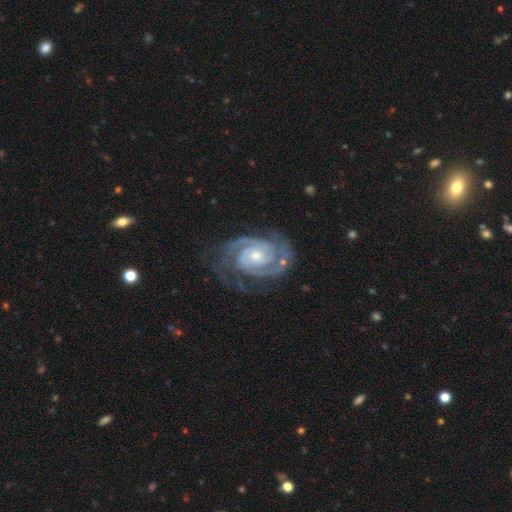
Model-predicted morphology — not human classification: smooth_or_featured: featured or disk (p=0.94) [alt: star or artifact p=0.04]
disk_edge_on: no (p=0.98) [alt: yes p=0.02]
bar: no (p=0.67) [alt: weak p=0.23]
has_spiral_arms: yes (p=0.99) [alt: no p=0.01]
spiral_winding: tight (p=0.72) [alt: medium p=0.26]
spiral_arm_count: 2 (p=0.78) [alt: 3 p=0.12]
bulge_size: small (p=0.59) [alt: moderate p=0.36]
merging: none (p=0.74) [alt: minor disturbance p=0.17]